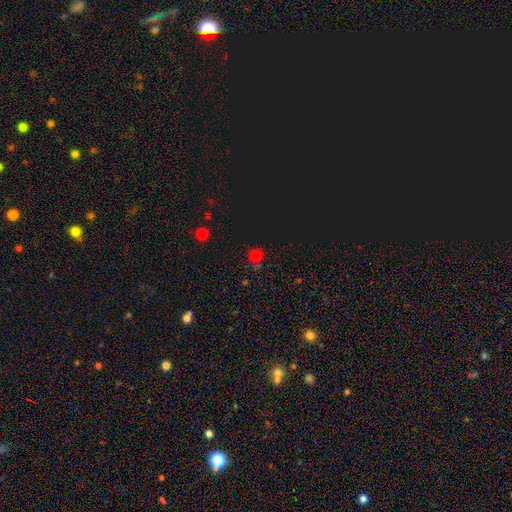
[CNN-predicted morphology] A smooth galaxy with no disk features (56%) that is round (87%). Merging: none (70%).